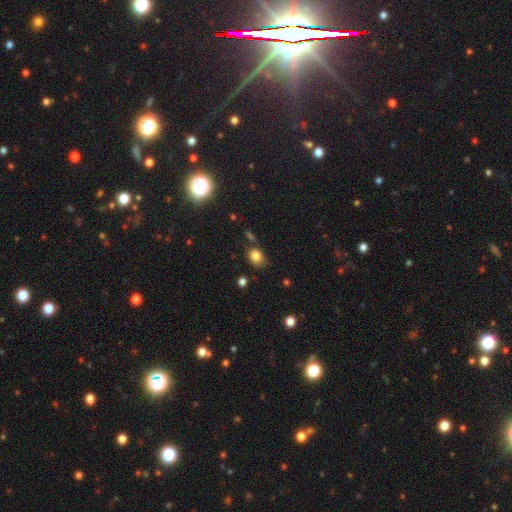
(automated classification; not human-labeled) Overall: smooth (81%). How rounded: in between (59%; round 40%). Merging: none (67%).